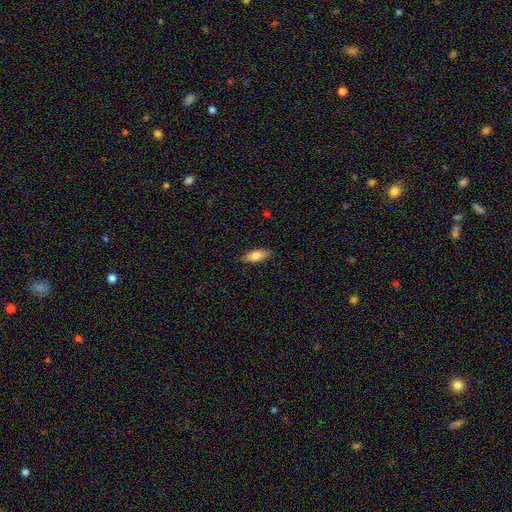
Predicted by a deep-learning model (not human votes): Smooth or featured?
  - smooth: 77% *
  - featured or disk: 16%
  - star or artifact: 7%
How rounded?
  - in between: 77% *
  - cigar-shaped: 21%
  - round: 2%
Merging?
  - none: 85% *
  - minor disturbance: 11%
  - major disturbance: 2%
  - merger: 1%